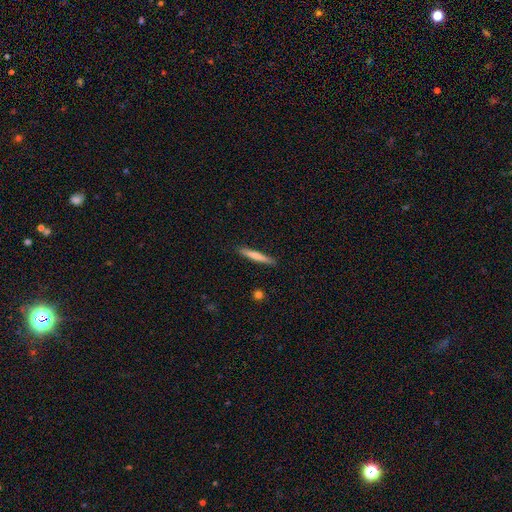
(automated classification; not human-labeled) Smooth or featured? Predicted: smooth (p=0.69). How rounded? Predicted: cigar-shaped (p=0.95). Merging? Predicted: none (p=0.89).